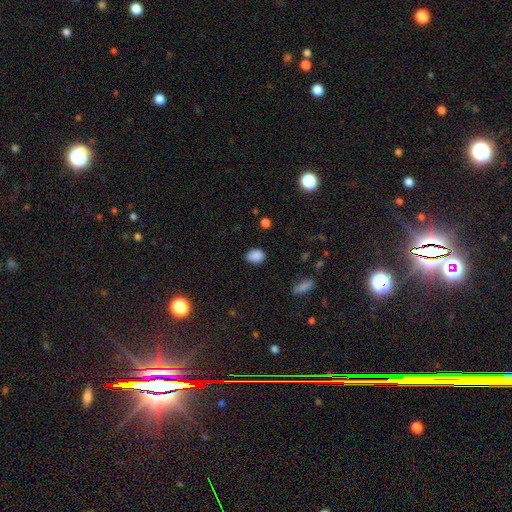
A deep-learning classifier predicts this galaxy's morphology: Smooth or featured?
  - smooth: 87% *
  - star or artifact: 9%
  - featured or disk: 3%
How rounded?
  - in between: 68% *
  - round: 31%
  - cigar-shaped: 1%
Merging?
  - none: 83% *
  - minor disturbance: 13%
  - major disturbance: 3%
  - merger: 1%